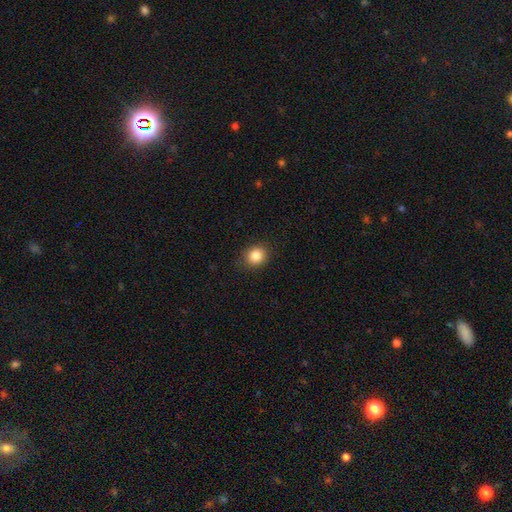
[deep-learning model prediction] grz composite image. It shows a smooth galaxy with no disk features (85%) that is round (75%). Merging: none (87%).